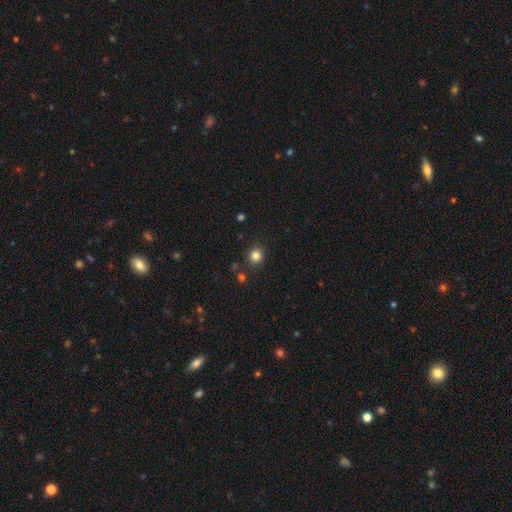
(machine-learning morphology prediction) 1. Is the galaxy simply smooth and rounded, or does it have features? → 82% smooth, 13% star or artifact, 5% featured or disk.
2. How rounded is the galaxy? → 85% round, 14% in between, 1% cigar-shaped.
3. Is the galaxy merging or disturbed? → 85% none, 8% minor disturbance, 4% merger, 3% major disturbance.